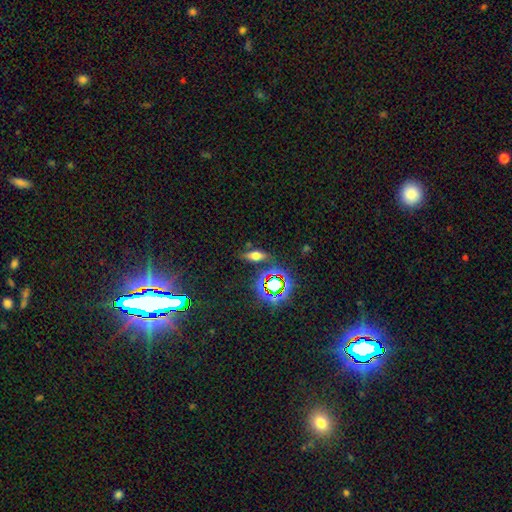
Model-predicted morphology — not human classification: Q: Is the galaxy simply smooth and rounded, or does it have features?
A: smooth — 53%.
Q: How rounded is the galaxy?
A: in between — 65%.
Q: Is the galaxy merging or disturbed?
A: none — 78%.